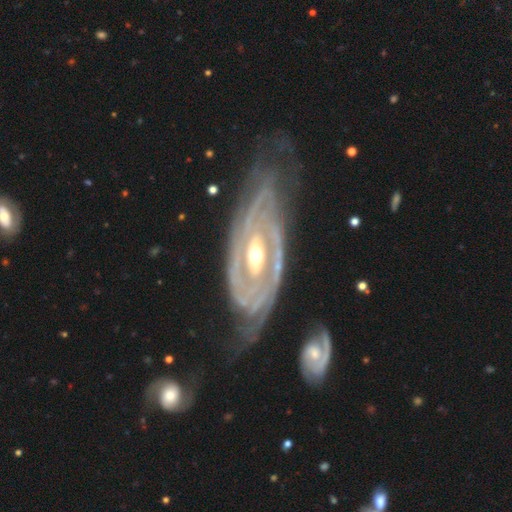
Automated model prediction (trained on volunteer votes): smooth_or_featured: featured or disk (p=0.91) [alt: smooth p=0.05]
disk_edge_on: no (p=0.92) [alt: yes p=0.08]
bar: no (p=0.42) [alt: weak p=0.31]
has_spiral_arms: yes (p=0.93) [alt: no p=0.07]
spiral_winding: tight (p=0.72) [alt: medium p=0.22]
spiral_arm_count: 2 (p=0.39) [alt: can't tell p=0.27]
bulge_size: moderate (p=0.67) [alt: small p=0.27]
merging: none (p=0.55) [alt: minor disturbance p=0.24]